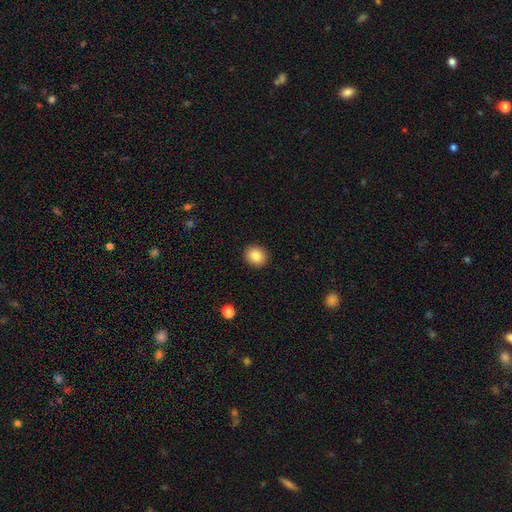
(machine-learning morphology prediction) Smooth or featured?
  - smooth: 87% *
  - star or artifact: 9%
  - featured or disk: 5%
How rounded?
  - round: 69% *
  - in between: 30%
  - cigar-shaped: 1%
Merging?
  - none: 91% *
  - minor disturbance: 6%
  - major disturbance: 2%
  - merger: 1%